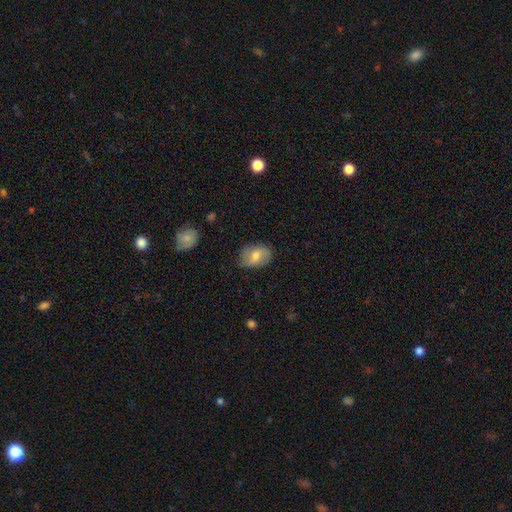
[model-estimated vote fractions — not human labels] smooth_or_featured: smooth (p=0.60) [alt: featured or disk p=0.32]
how_rounded: in between (p=0.79) [alt: round p=0.19]
merging: none (p=0.75) [alt: minor disturbance p=0.20]